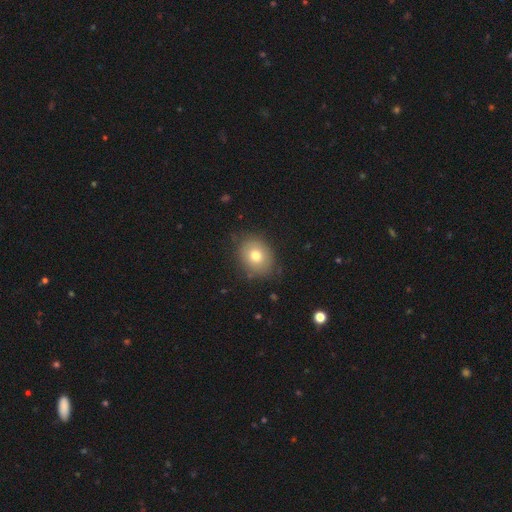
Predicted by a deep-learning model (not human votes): smooth 74%, featured or disk 16%, star or artifact 10%. Down the decision tree: how rounded — round (54%); merging — none (81%).